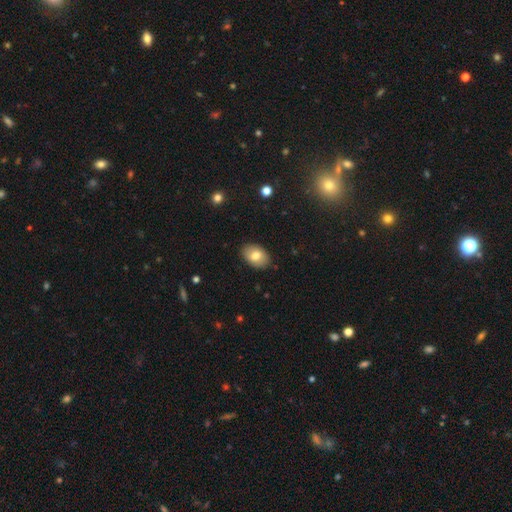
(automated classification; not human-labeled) A smooth galaxy with no disk features (76%) that is in between round and cigar-shaped (86%).

Vote fractions:
- Smooth or featured? smooth: 76% / featured or disk: 16% / star or artifact: 7%
- How rounded? in between: 86% / round: 13% / cigar-shaped: 1%
- Merging? none: 88% / minor disturbance: 9% / major disturbance: 2% / merger: 1%